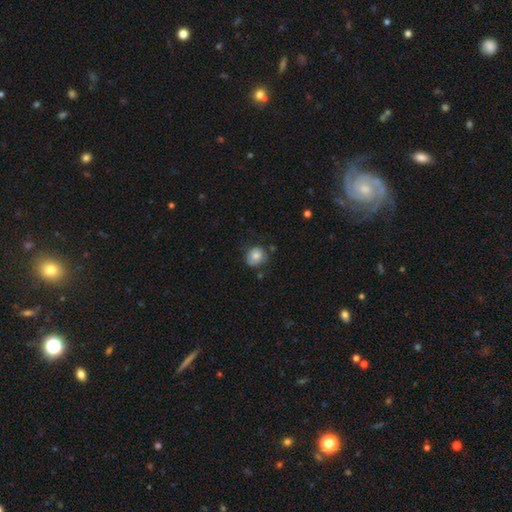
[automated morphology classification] Overall: smooth (76%). How rounded: round (76%). Merging: none (67%).